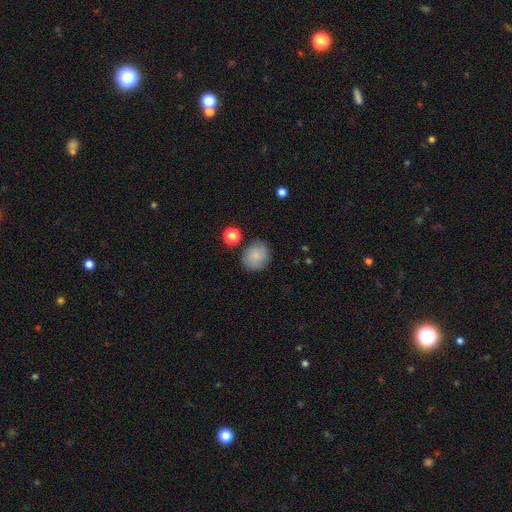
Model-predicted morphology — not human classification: Q: Smooth or featured?
A: smooth (79%); runner-up: featured or disk (12%)
Q: How rounded?
A: round (72%); runner-up: in between (27%)
Q: Merging?
A: none (77%); runner-up: minor disturbance (14%)